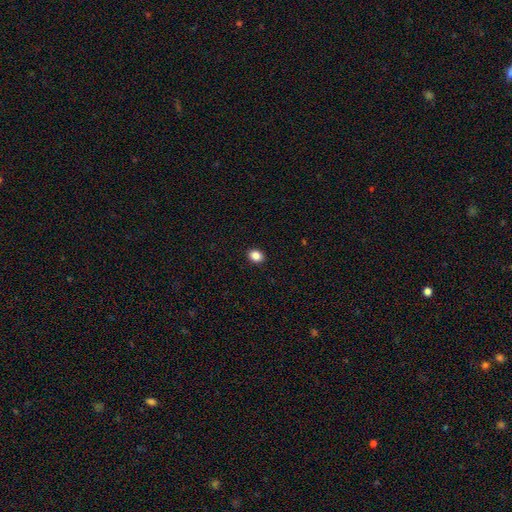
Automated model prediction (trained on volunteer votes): This is clearly a smooth galaxy (87%). How rounded: possibly round (50%). Merging: clearly none (92%).